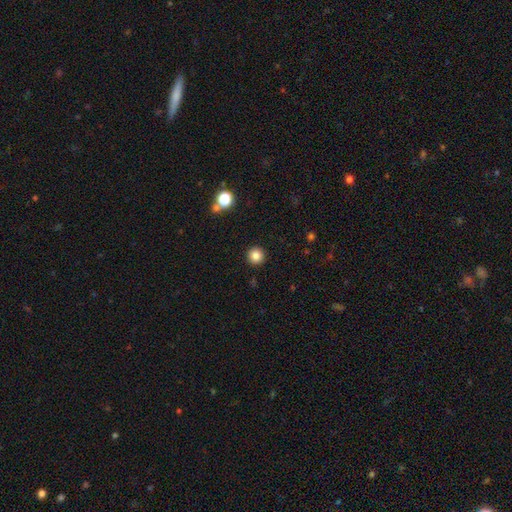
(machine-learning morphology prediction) type=smooth (84%); roundness=round (96%); merging=none (93%).